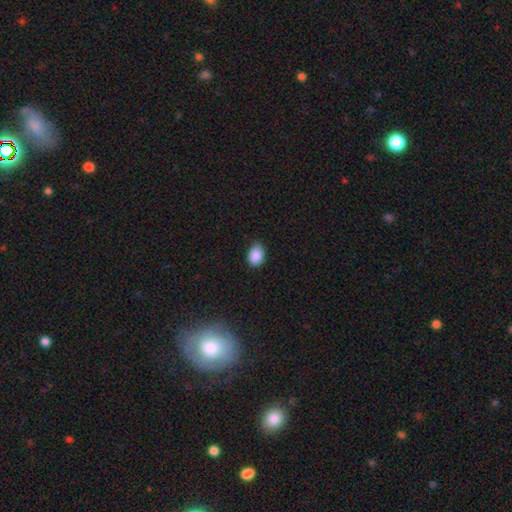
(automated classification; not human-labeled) smooth-or-featured: smooth: 89% | star or artifact: 8% | featured or disk: 3%
  how-rounded: in between: 79% | round: 20% | cigar-shaped: 1%
  merging: none: 73% | minor disturbance: 23% | major disturbance: 3% | merger: 1%